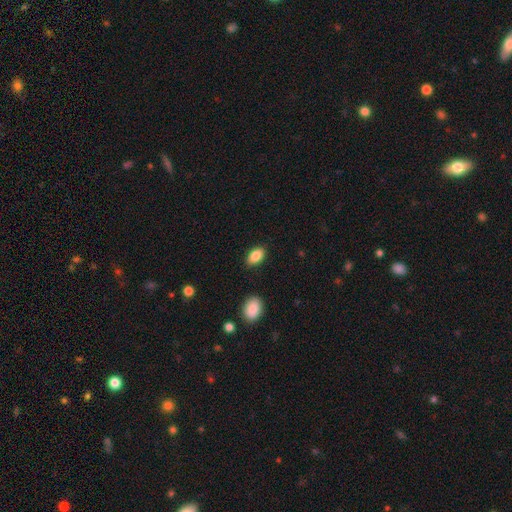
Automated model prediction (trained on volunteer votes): The model was most divided on "merging": none: 87%, minor disturbance: 9%, major disturbance: 2%, merger: 2%. More confident: how rounded — in between (91%); smooth or featured — smooth (86%).